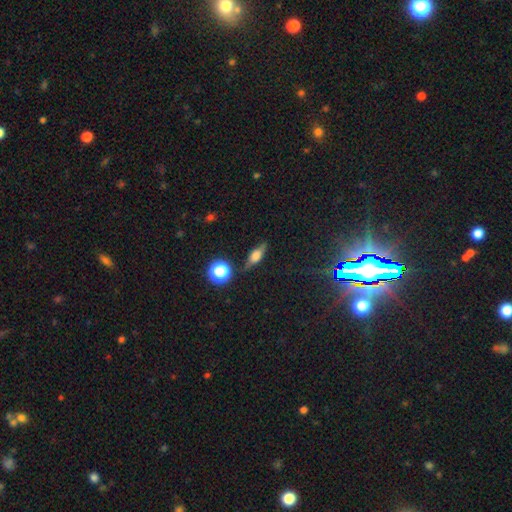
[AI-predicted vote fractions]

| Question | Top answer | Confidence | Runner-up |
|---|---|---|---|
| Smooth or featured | featured or disk | 44% | smooth (43%) |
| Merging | none | 79% | minor disturbance (14%) |